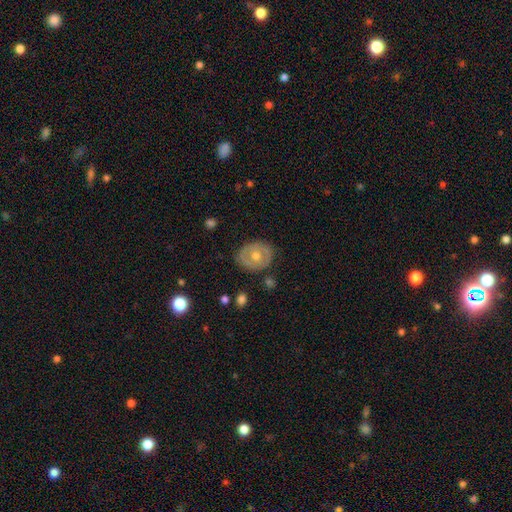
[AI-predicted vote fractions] Smooth or featured? Predicted: featured or disk (p=0.52). Edge-on disk? Predicted: no (p=0.95). Merging? Predicted: none (p=0.81).